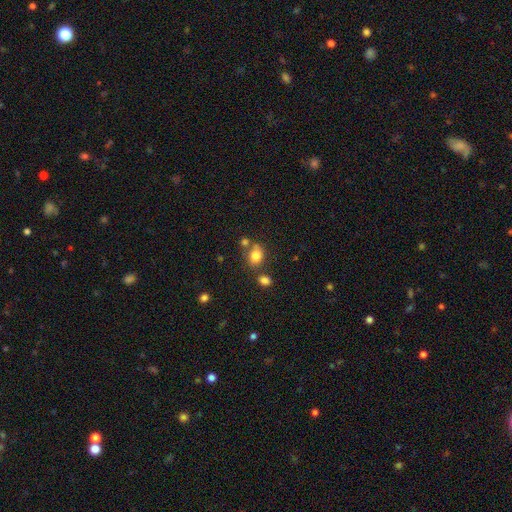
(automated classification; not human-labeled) Q: Smooth or featured?
A: smooth (80%); runner-up: star or artifact (11%)
Q: How rounded?
A: in between (65%); runner-up: round (33%)
Q: Merging?
A: none (58%); runner-up: merger (21%)